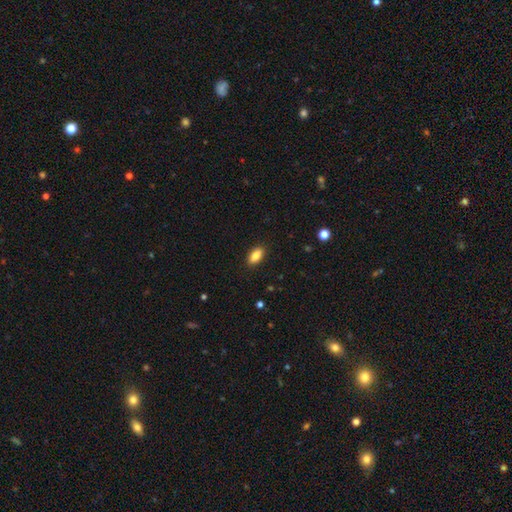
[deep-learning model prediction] This is clearly a smooth galaxy (84%). How rounded: clearly in between (89%). Merging: clearly none (89%).